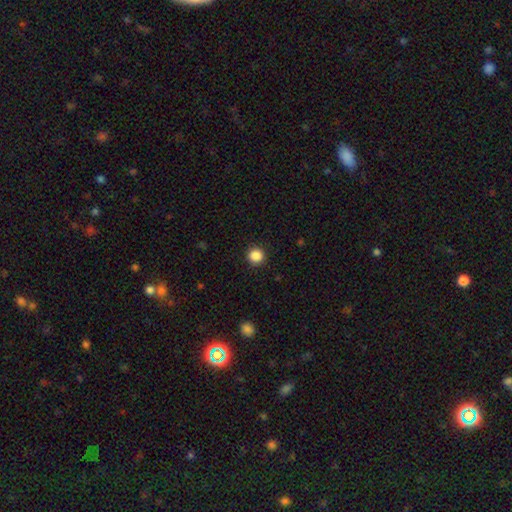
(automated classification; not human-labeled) Smooth or featured? smooth (87%)
How rounded? round (94%)
Merging? none (92%)